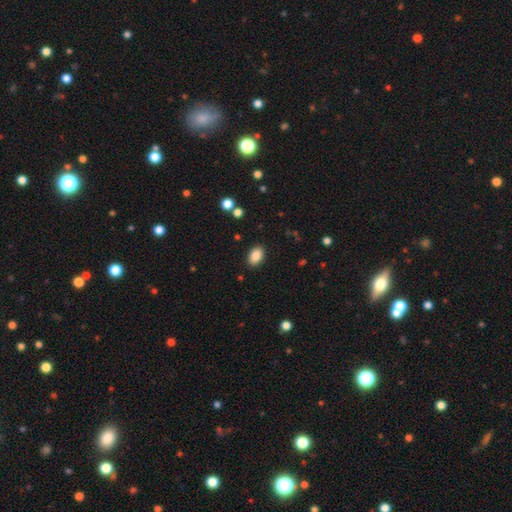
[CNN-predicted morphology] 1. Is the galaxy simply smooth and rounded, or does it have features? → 87% smooth, 8% star or artifact, 5% featured or disk.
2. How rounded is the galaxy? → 88% in between, 11% round, 1% cigar-shaped.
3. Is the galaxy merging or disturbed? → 88% none, 8% minor disturbance, 2% major disturbance, 1% merger.